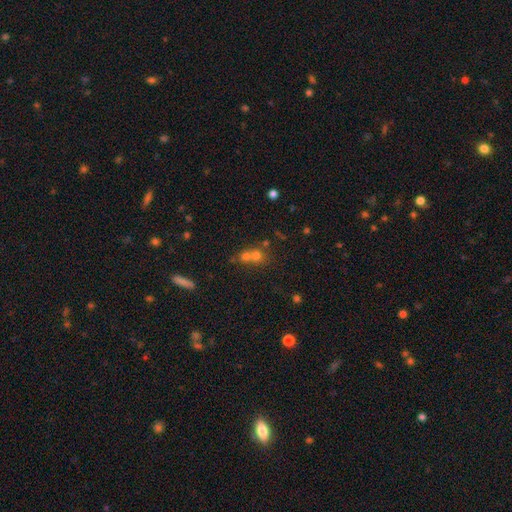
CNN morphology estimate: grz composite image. It shows a smooth galaxy with no disk features (61%) that is round (79%). Merging: merger (60%).